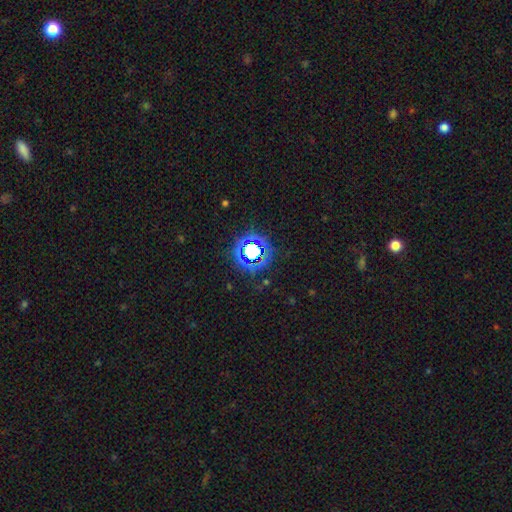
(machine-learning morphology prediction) Overall: star or artifact (66%).